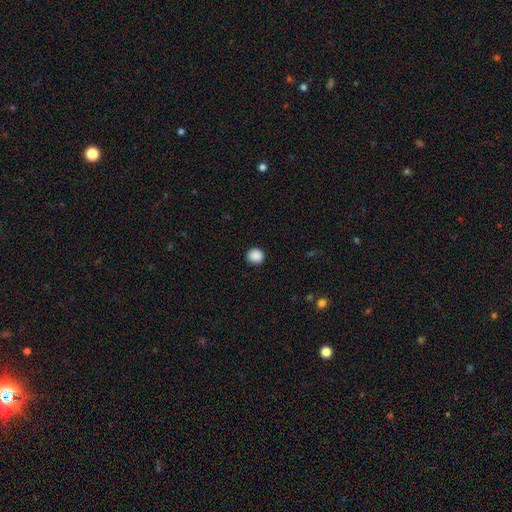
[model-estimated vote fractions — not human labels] Smooth or featured?
  - smooth: 89% *
  - star or artifact: 9%
  - featured or disk: 2%
How rounded?
  - round: 93% *
  - in between: 6%
  - cigar-shaped: 1%
Merging?
  - none: 92% *
  - minor disturbance: 5%
  - major disturbance: 2%
  - merger: 1%